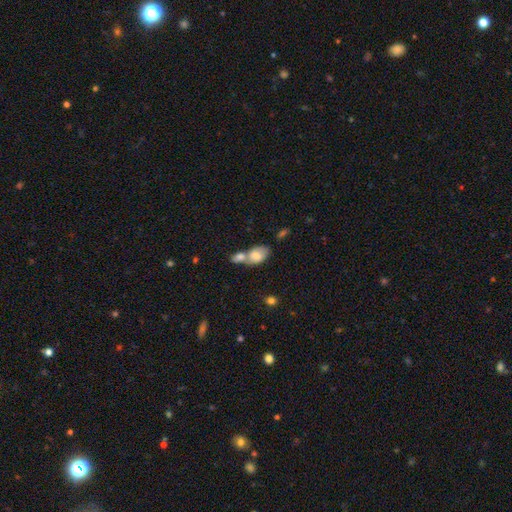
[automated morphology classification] This is likely a smooth galaxy (77%). How rounded: clearly in between (87%). Merging: likely merger (64%).